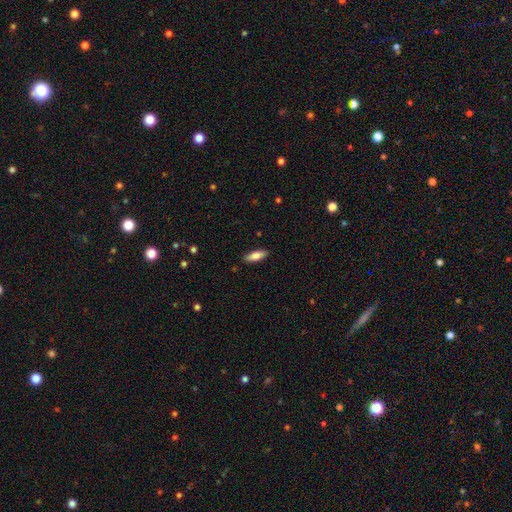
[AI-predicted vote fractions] Smooth or featured? Predicted: smooth (p=0.79). How rounded? Predicted: in between (p=0.62). Merging? Predicted: none (p=0.88).